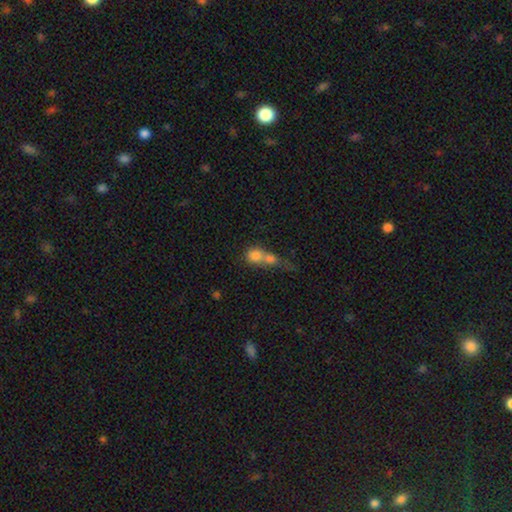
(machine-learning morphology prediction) The model was most divided on "how rounded": round: 60%, in between: 35%, cigar-shaped: 5%. More confident: smooth or featured — smooth (73%); merging — merger (72%).